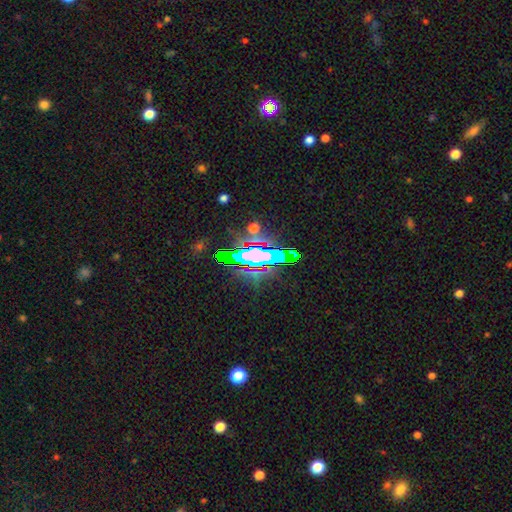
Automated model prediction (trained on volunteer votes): Overall: star or artifact (63%).